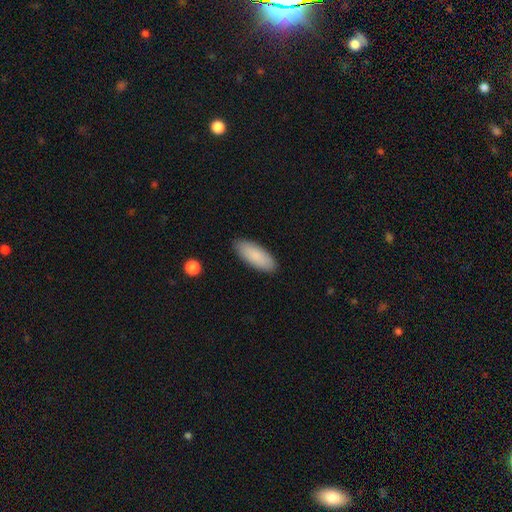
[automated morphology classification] This appears to be a smooth galaxy with no disk features (87%) that is in between round and cigar-shaped (77%). Merging: none (89%).